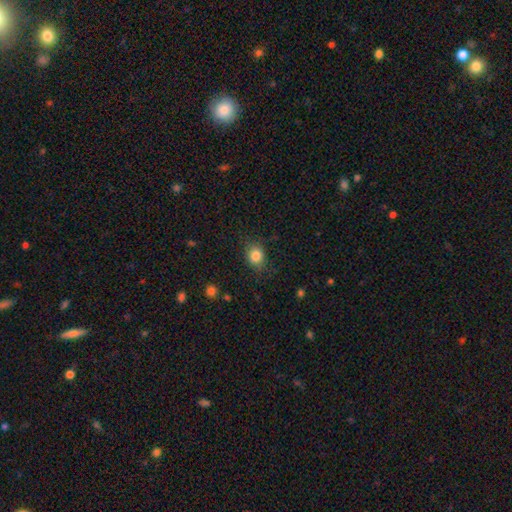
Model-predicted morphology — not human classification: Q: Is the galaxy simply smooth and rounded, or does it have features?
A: smooth — 84%.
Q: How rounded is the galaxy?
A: round — 62%.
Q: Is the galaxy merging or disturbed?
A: none — 80%.